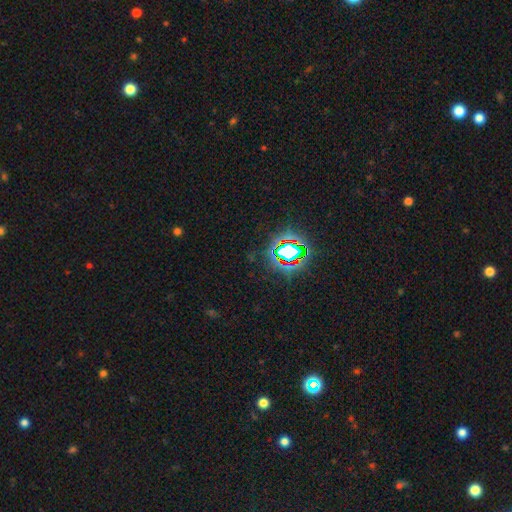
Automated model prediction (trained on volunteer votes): This appears to be a star or artifact, not a galaxy (79%).